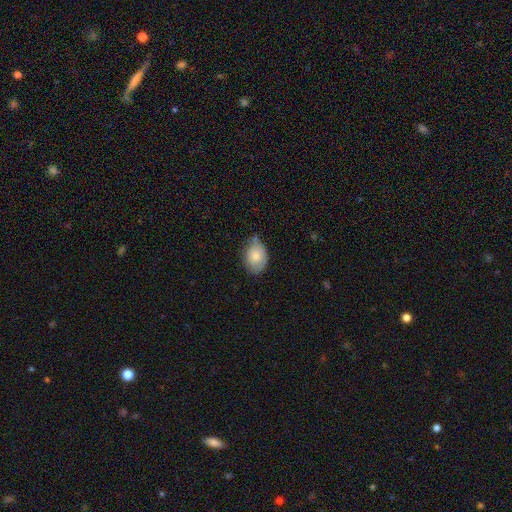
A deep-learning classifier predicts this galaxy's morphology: smooth 76%, featured or disk 17%, star or artifact 7%. Down the decision tree: how rounded — in between (76%); merging — none (52%).